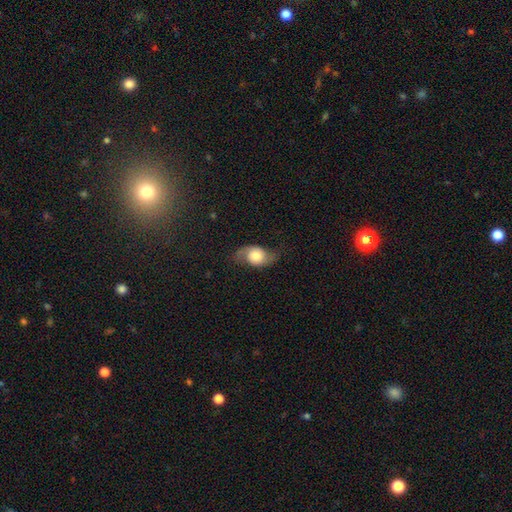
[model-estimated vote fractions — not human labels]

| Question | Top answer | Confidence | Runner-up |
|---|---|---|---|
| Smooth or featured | featured or disk | 59% | smooth (33%) |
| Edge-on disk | no | 94% | yes (6%) |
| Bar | no | 75% | weak (21%) |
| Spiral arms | yes | 90% | no (10%) |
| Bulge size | moderate | 40% | large (34%) |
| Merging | none | 65% | minor disturbance (22%) |